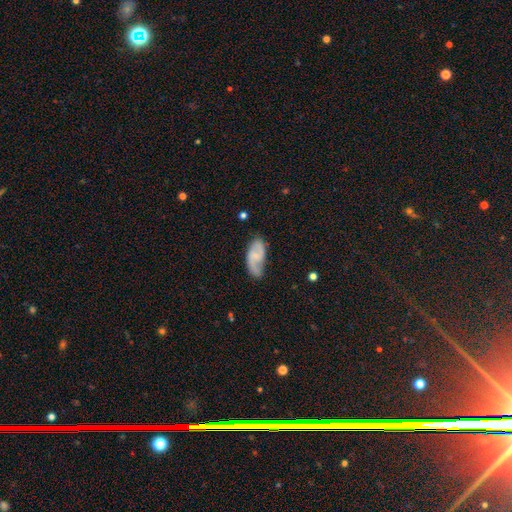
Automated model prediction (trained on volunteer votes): Q: Smooth or featured?
A: featured or disk (61%); runner-up: smooth (32%)
Q: Edge-on disk?
A: no (95%); runner-up: yes (5%)
Q: Bar?
A: no (48%); runner-up: weak (42%)
Q: Spiral arms?
A: yes (90%); runner-up: no (10%)
Q: Spiral winding?
A: medium (42%); runner-up: loose (37%)
Q: Spiral arm count?
A: 2 (79%); runner-up: can't tell (9%)
Q: Bulge size?
A: small (53%); runner-up: none (28%)
Q: Merging?
A: none (63%); runner-up: minor disturbance (26%)